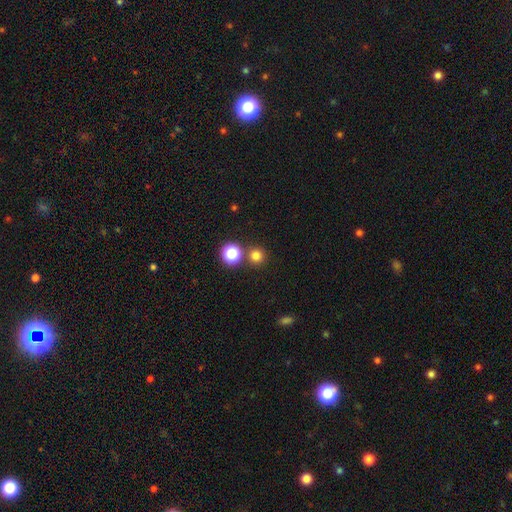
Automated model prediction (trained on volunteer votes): smooth_or_featured: smooth (p=0.78) [alt: star or artifact p=0.17]
how_rounded: round (p=0.94) [alt: in between p=0.05]
merging: none (p=0.76) [alt: merger p=0.15]